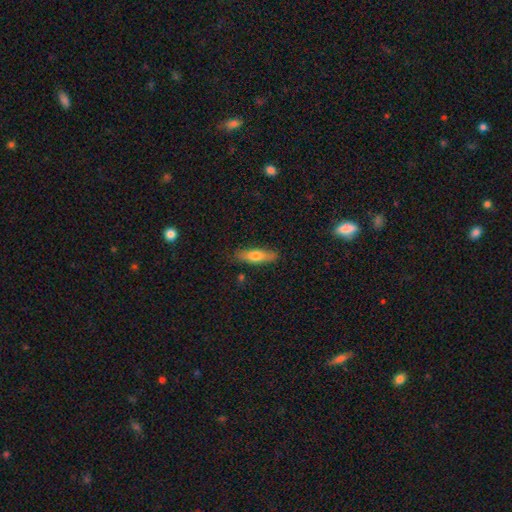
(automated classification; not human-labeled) Smooth or featured?
  - smooth: 68% *
  - featured or disk: 26%
  - star or artifact: 6%
How rounded?
  - cigar-shaped: 53% *
  - in between: 44%
  - round: 2%
Merging?
  - none: 85% *
  - minor disturbance: 11%
  - major disturbance: 2%
  - merger: 2%